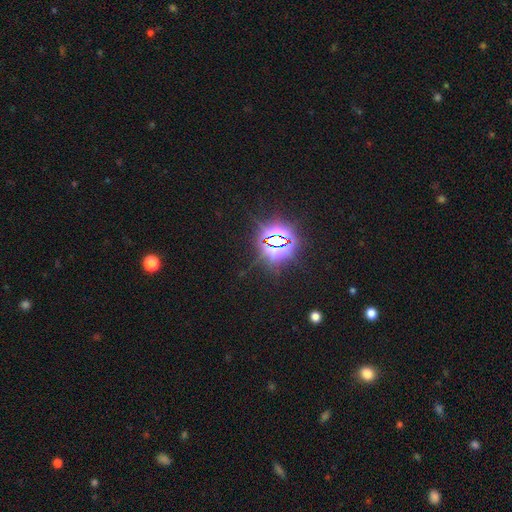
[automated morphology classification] Smooth or featured: star or artifact — 83% (smooth — 11%)